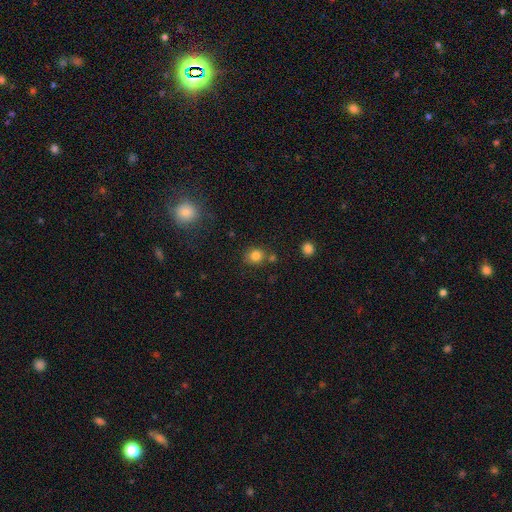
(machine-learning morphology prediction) smooth-or-featured: smooth: 82% | star or artifact: 13% | featured or disk: 6%
  how-rounded: round: 82% | in between: 17% | cigar-shaped: 1%
  merging: none: 73% | merger: 12% | minor disturbance: 11% | major disturbance: 4%